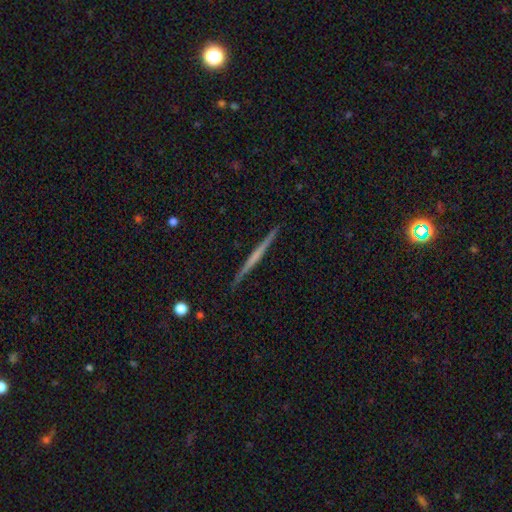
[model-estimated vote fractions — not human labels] A featured or disk galaxy (64%) viewed edge-on (98%) with no central bulge (80%).

Vote fractions:
- Smooth or featured? featured or disk: 64% / smooth: 30% / star or artifact: 6%
- Edge-on disk? yes: 98% / no: 2%
- Edge-on bulge? none: 80% / rounded: 13% / boxy: 7%
- Merging? none: 92% / minor disturbance: 6% / major disturbance: 1% / merger: 1%